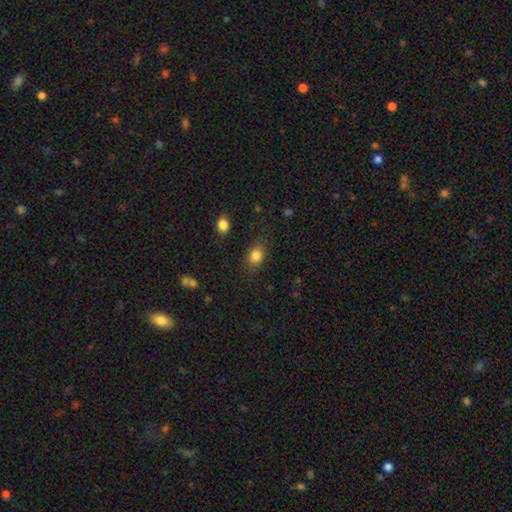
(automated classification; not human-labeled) Overall: smooth (84%). How rounded: in between (55%; round 44%). Merging: none (79%).